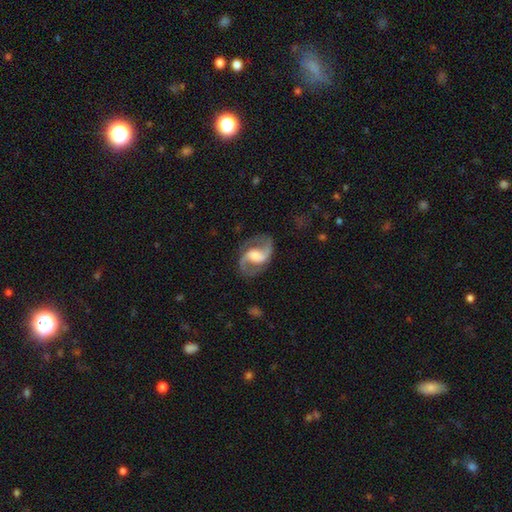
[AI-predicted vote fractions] The model was most divided on "bar": weak: 45%, strong: 28%, no: 27%. Remaining: edge-on disk — no (98%); spiral arms — yes (96%); spiral arm count — 2 (93%); smooth or featured — featured or disk (87%); merging — none (80%); spiral winding — medium (54%); bulge size — moderate (46%).